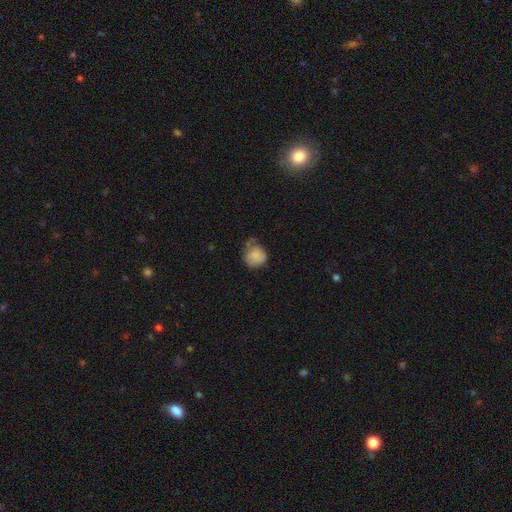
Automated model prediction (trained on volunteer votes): smooth_or_featured: smooth (p=0.79) [alt: featured or disk p=0.13]
how_rounded: round (p=0.78) [alt: in between p=0.21]
merging: minor disturbance (p=0.41) [alt: none p=0.38]